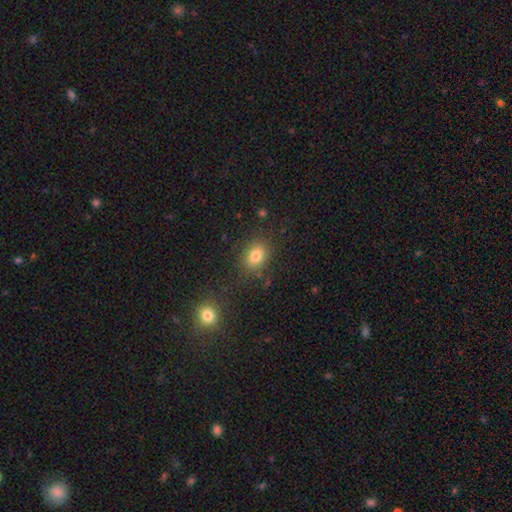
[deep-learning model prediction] This appears to be a smooth galaxy with no disk features (79%) that is in between round and cigar-shaped (60%). Merging: none (80%).